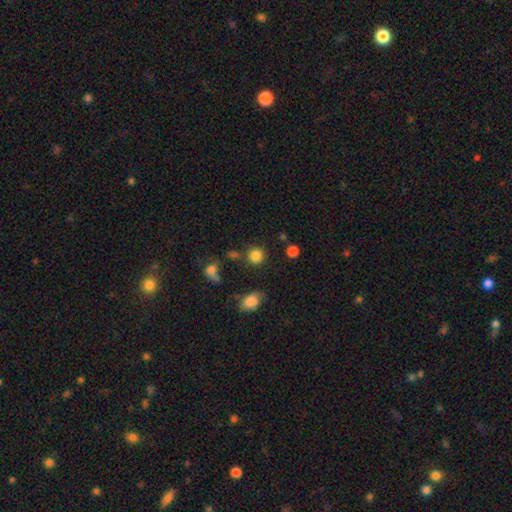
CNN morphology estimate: Smooth or featured?
  - smooth: 84% *
  - star or artifact: 12%
  - featured or disk: 5%
How rounded?
  - round: 89% *
  - in between: 10%
  - cigar-shaped: 1%
Merging?
  - none: 80% *
  - minor disturbance: 9%
  - merger: 7%
  - major disturbance: 4%